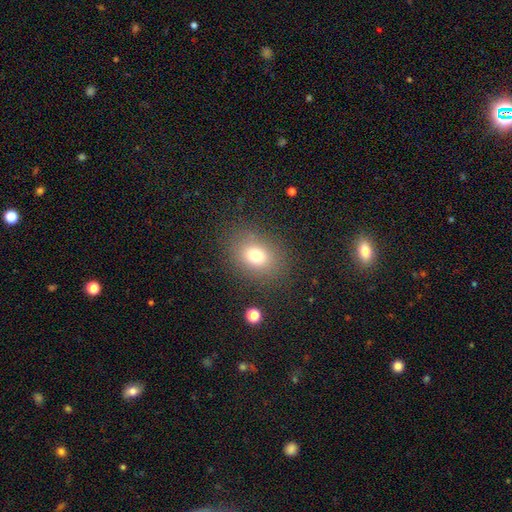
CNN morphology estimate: smooth_or_featured: smooth (p=0.75) [alt: star or artifact p=0.14]
how_rounded: in between (p=0.57) [alt: round p=0.42]
merging: none (p=0.82) [alt: minor disturbance p=0.11]